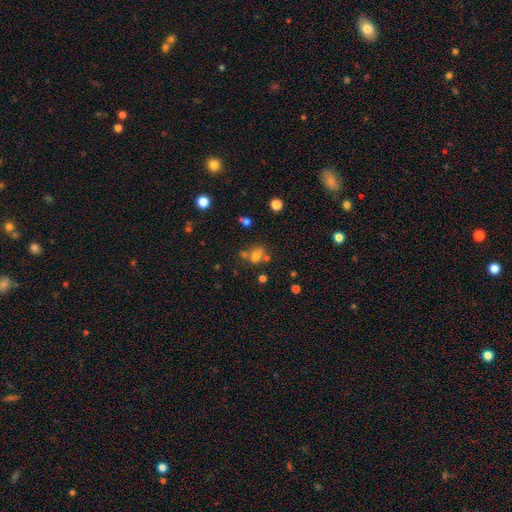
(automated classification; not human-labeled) smooth_or_featured: smooth (p=0.62) [alt: star or artifact p=0.21]
how_rounded: in between (p=0.52) [alt: round p=0.46]
merging: none (p=0.45) [alt: merger p=0.30]